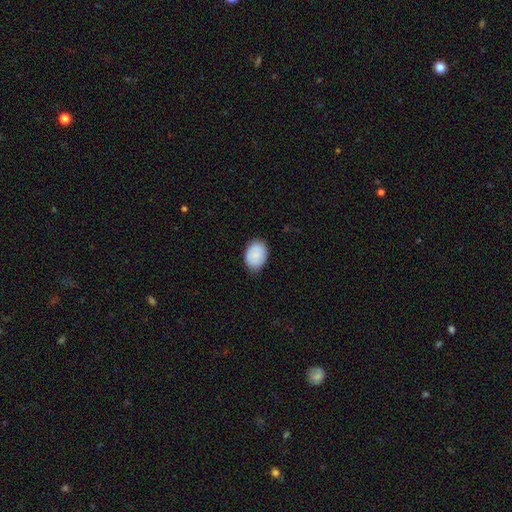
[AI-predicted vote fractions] This appears to be a smooth galaxy with no disk features (83%) that is in between round and cigar-shaped (73%). Merging: none (81%).